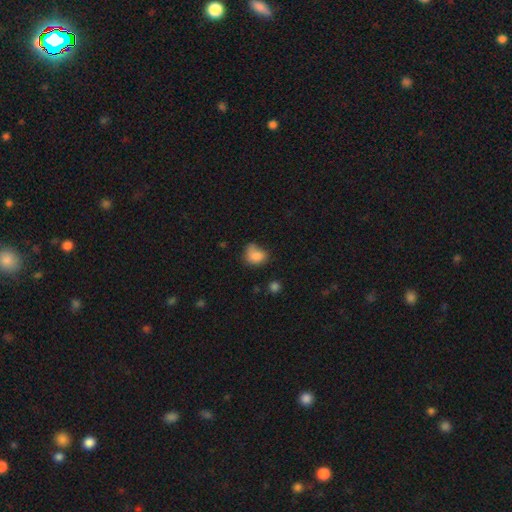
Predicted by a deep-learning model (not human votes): Overall: smooth (82%). How rounded: in between (52%; round 47%). Merging: none (42%; minor disturbance 35%).